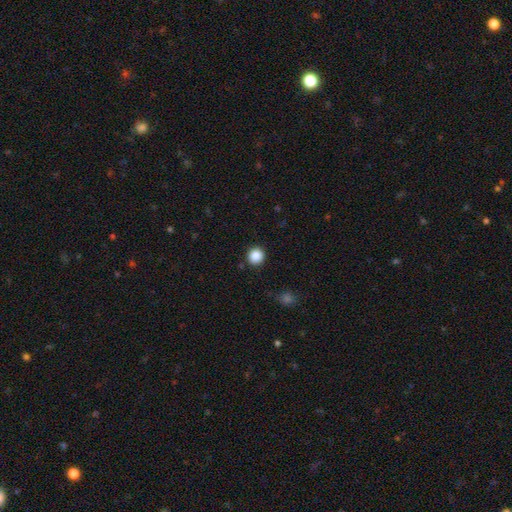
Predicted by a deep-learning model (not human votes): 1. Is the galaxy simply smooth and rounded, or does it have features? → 87% smooth, 10% star or artifact, 3% featured or disk.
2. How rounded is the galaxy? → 94% round, 5% in between, 1% cigar-shaped.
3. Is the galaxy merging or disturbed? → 91% none, 6% minor disturbance, 2% major disturbance, 1% merger.